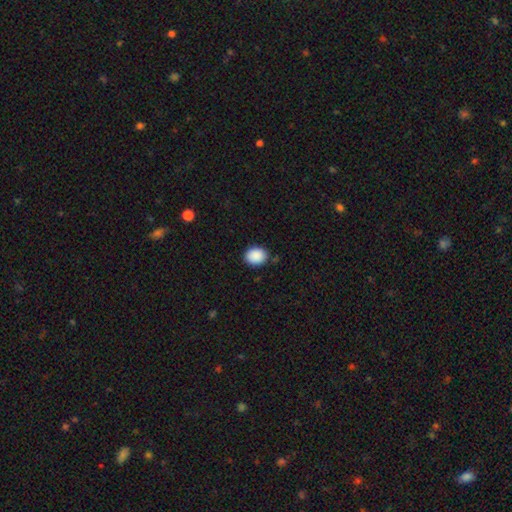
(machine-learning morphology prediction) smooth-or-featured: smooth: 89% | star or artifact: 8% | featured or disk: 3%
  how-rounded: in between: 54% | round: 45% | cigar-shaped: 1%
  merging: none: 85% | minor disturbance: 11% | major disturbance: 2% | merger: 2%